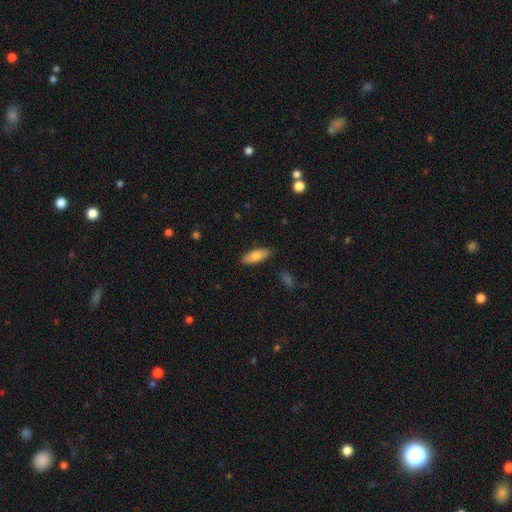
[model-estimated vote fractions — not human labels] A smooth galaxy with no disk features (78%) that is in between round and cigar-shaped (77%). Merging: none (85%).